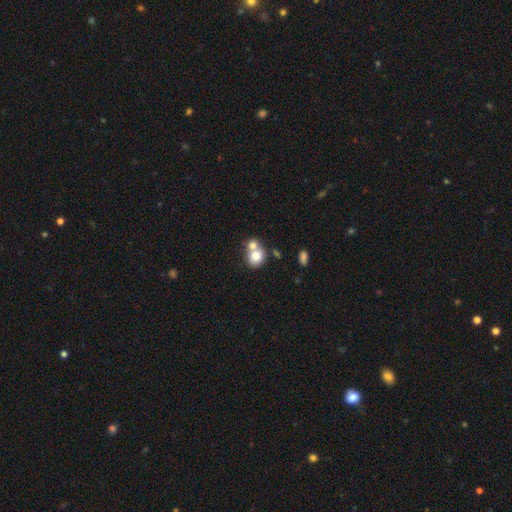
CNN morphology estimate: This is likely a smooth galaxy (74%). How rounded: likely round (68%). Merging: possibly merger (60%).